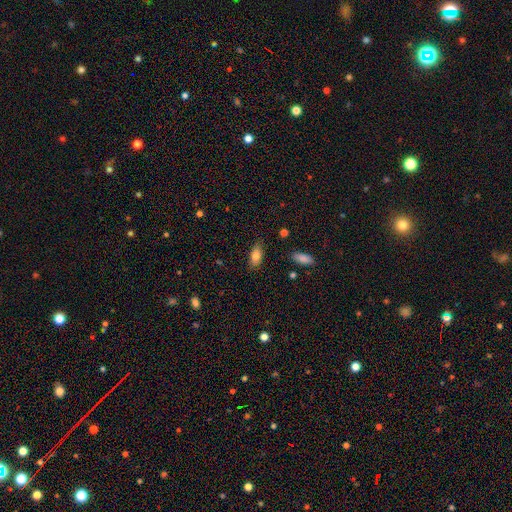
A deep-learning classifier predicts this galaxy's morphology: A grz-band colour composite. It shows a smooth galaxy with no disk features (82%) that is in between round and cigar-shaped (86%). Merging: none (81%).